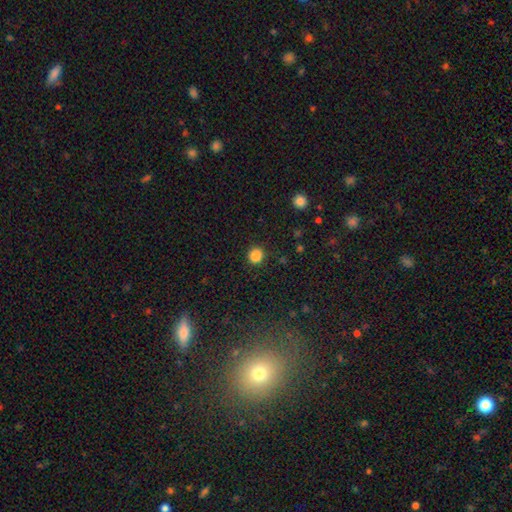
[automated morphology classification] This appears to be a smooth galaxy with no disk features (86%) that is round (87%). Merging: none (90%).